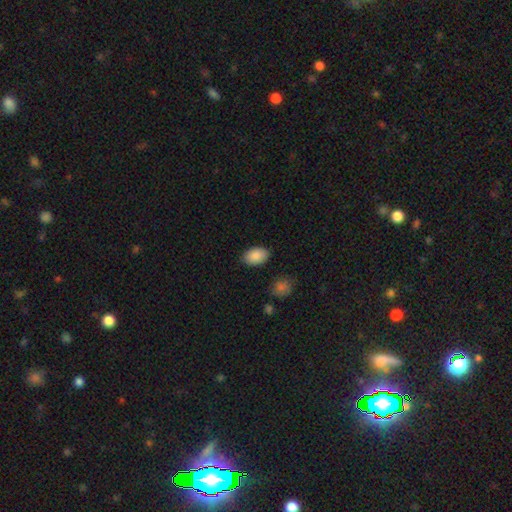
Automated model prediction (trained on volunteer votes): Smooth or featured: smooth — 89% (star or artifact — 7%)
How rounded: in between — 90% (round — 9%)
Merging: none — 86% (minor disturbance — 10%)